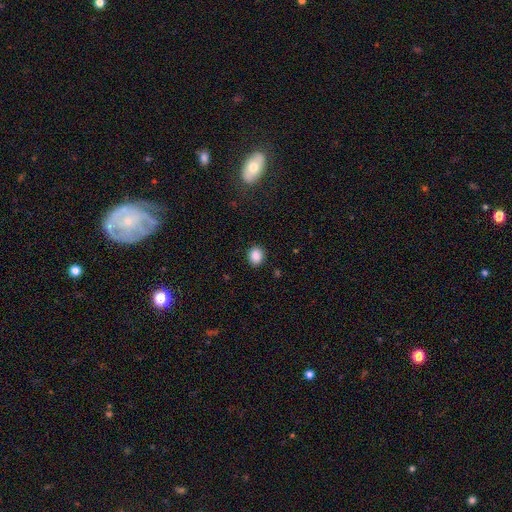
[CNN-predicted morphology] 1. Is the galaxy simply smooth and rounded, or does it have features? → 88% smooth, 9% star or artifact, 3% featured or disk.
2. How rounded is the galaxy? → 53% round, 46% in between, 1% cigar-shaped.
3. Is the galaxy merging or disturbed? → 88% none, 9% minor disturbance, 2% major disturbance, 1% merger.